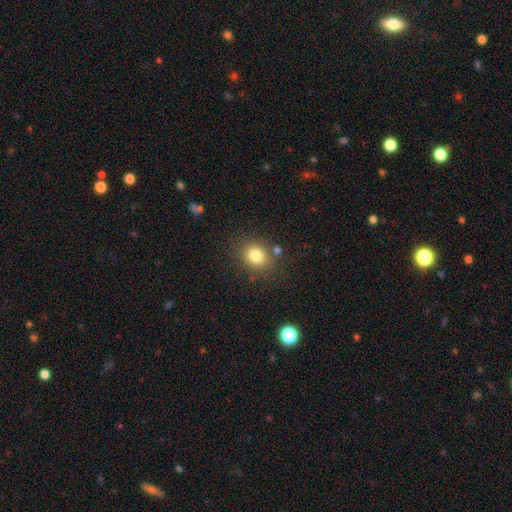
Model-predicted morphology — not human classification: Smooth or featured? smooth (80%)
How rounded? round (74%)
Merging? none (80%)